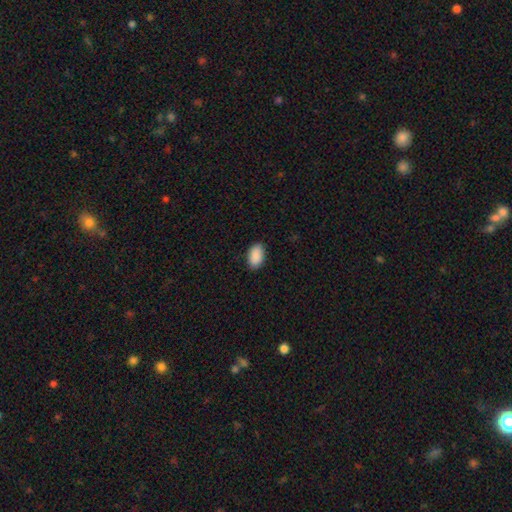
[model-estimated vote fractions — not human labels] A smooth galaxy with no disk features (91%) that is in between round and cigar-shaped (93%). Merging: none (88%).